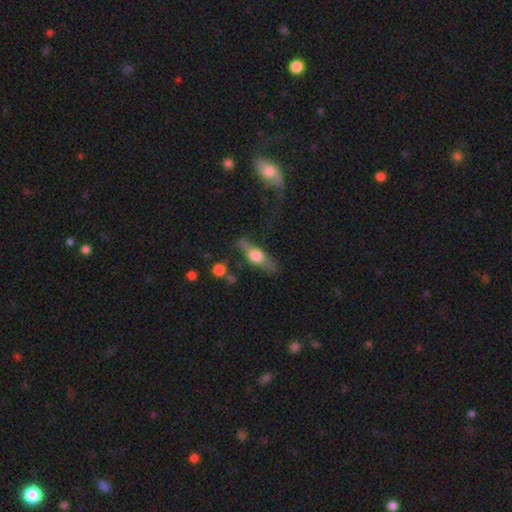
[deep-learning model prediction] Q: Smooth or featured?
A: featured or disk (48%); runner-up: smooth (45%)
Q: Merging?
A: none (64%); runner-up: minor disturbance (20%)